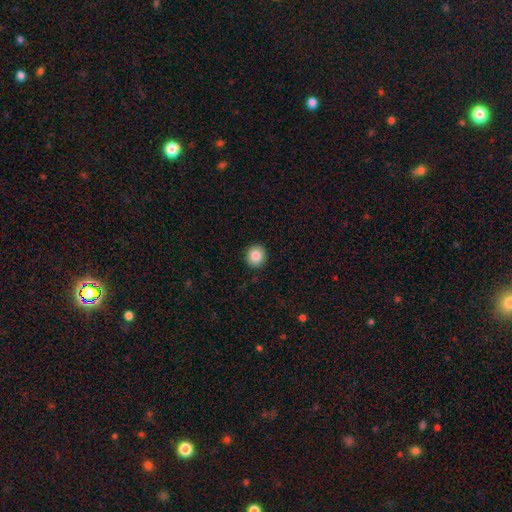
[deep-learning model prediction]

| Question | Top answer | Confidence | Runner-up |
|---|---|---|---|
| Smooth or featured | smooth | 86% | star or artifact (9%) |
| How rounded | round | 86% | in between (13%) |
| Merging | none | 91% | minor disturbance (6%) |